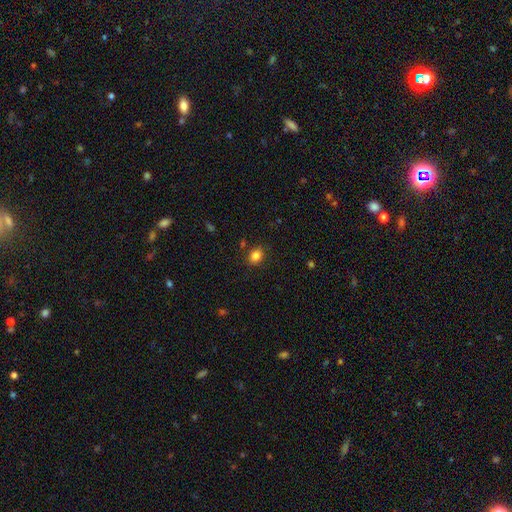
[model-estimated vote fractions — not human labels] Smooth or featured? smooth (83%)
How rounded? round (54%)
Merging? none (84%)